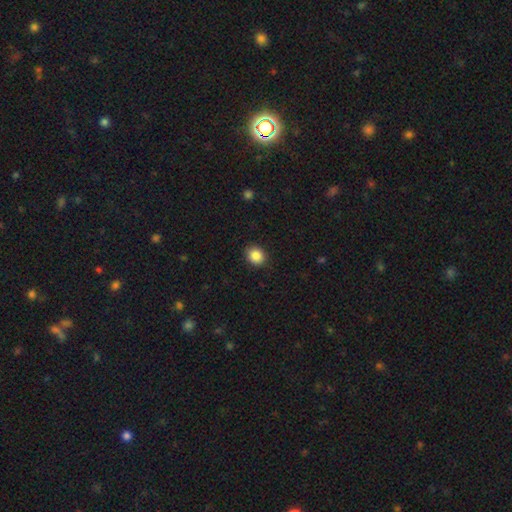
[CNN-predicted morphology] type=smooth (87%); roundness=round (72%); merging=none (89%).